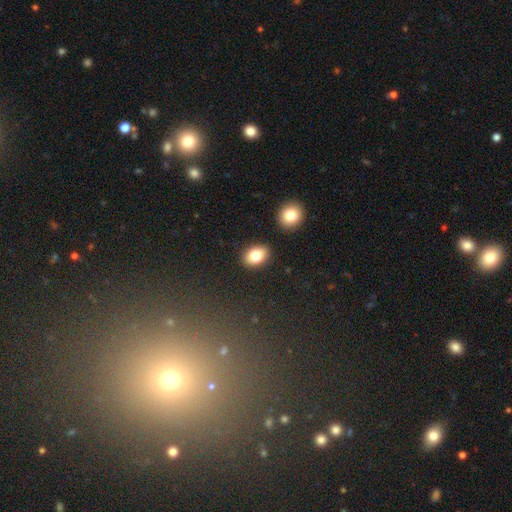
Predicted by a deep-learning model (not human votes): Smooth or featured? Predicted: smooth (p=0.81). How rounded? Predicted: in between (p=0.79). Merging? Predicted: none (p=0.86).